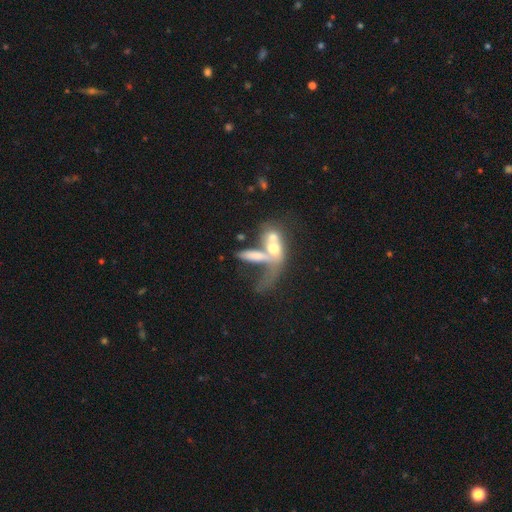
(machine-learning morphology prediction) type=smooth (51%); roundness=in between (61%); merging=merger (66%).